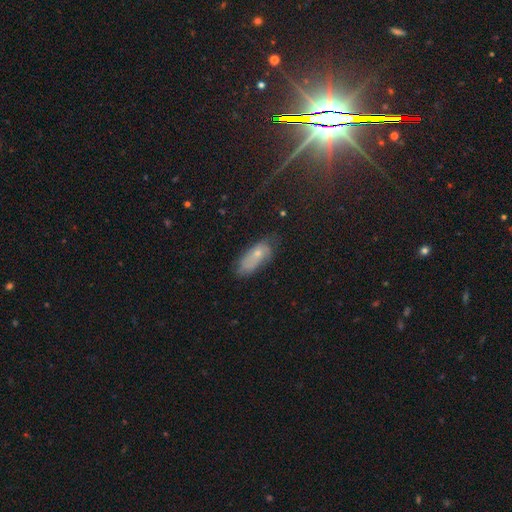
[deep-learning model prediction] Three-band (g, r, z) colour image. It shows a smooth galaxy with no disk features (52%) that is in between round and cigar-shaped (80%). Merging: none (57%).